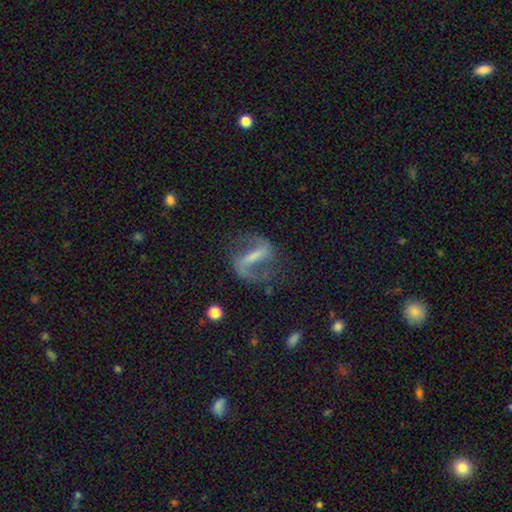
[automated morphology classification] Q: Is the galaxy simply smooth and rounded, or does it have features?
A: featured or disk — 84%.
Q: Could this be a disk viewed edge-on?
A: no — 95%.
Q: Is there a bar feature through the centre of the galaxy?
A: strong — 67%.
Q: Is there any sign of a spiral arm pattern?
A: yes — 92%.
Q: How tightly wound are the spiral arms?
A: loose — 45%.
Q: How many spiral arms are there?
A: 2 — 90%.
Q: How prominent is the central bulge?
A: none — 41%.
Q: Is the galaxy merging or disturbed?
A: none — 70%.